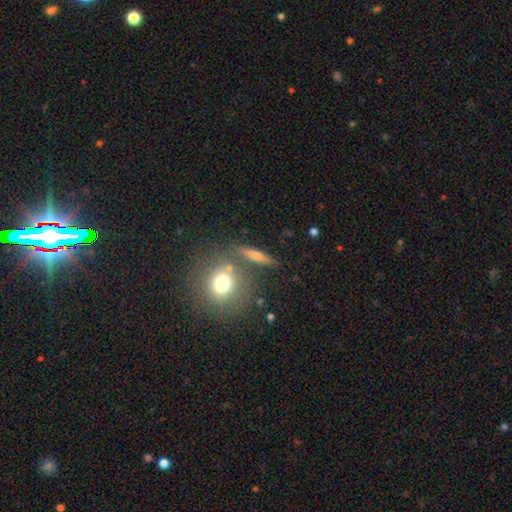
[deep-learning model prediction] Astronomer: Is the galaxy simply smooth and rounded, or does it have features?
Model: smooth — 64%.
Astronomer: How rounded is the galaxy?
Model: cigar-shaped — 63%.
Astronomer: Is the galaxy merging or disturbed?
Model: none — 75%.